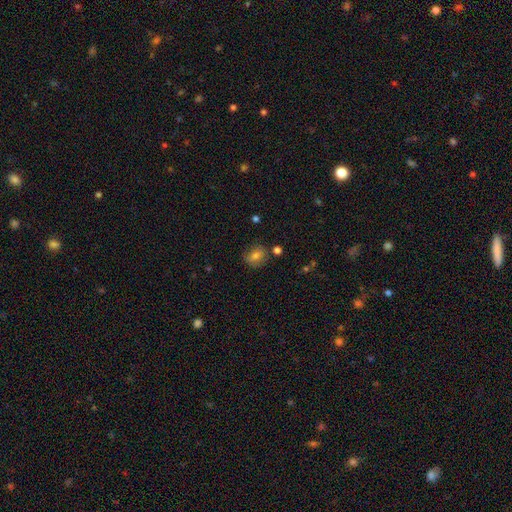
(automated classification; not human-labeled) Q: Smooth or featured?
A: smooth (74%); runner-up: featured or disk (15%)
Q: How rounded?
A: in between (52%); runner-up: round (46%)
Q: Merging?
A: none (74%); runner-up: minor disturbance (17%)